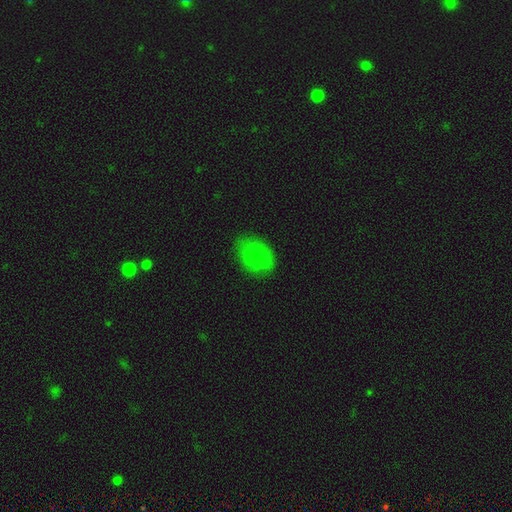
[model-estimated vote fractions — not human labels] smooth-or-featured: smooth: 79% | star or artifact: 11% | featured or disk: 10%
  how-rounded: in between: 70% | round: 29% | cigar-shaped: 1%
  merging: none: 74% | minor disturbance: 20% | major disturbance: 5% | merger: 1%